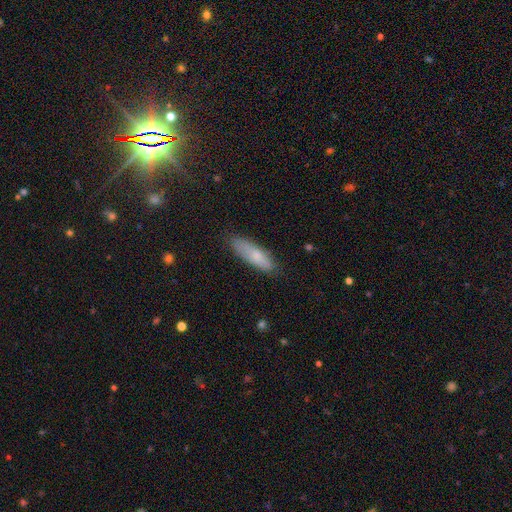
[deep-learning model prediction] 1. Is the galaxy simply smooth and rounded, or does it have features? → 75% smooth, 18% featured or disk, 6% star or artifact.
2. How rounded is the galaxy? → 53% cigar-shaped, 45% in between, 2% round.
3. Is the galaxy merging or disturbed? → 80% none, 16% minor disturbance, 3% major disturbance, 1% merger.